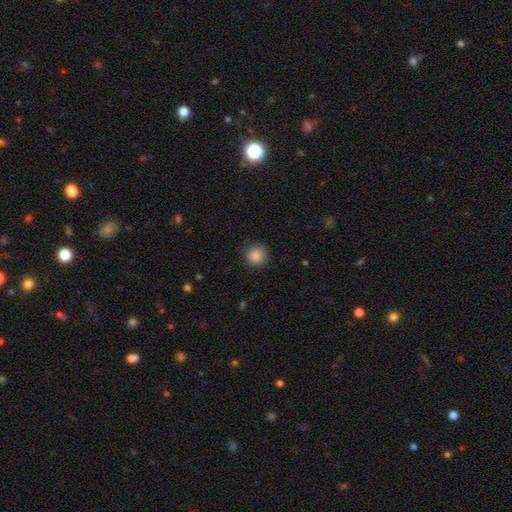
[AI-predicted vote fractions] smooth_or_featured: smooth (p=0.86) [alt: star or artifact p=0.10]
how_rounded: round (p=0.93) [alt: in between p=0.06]
merging: none (p=0.87) [alt: minor disturbance p=0.09]